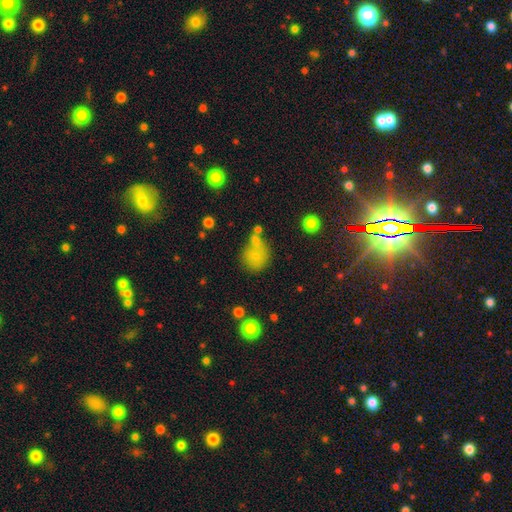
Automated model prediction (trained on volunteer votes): A smooth galaxy with no disk features (73%) that is round (80%). Merging: none (50%).